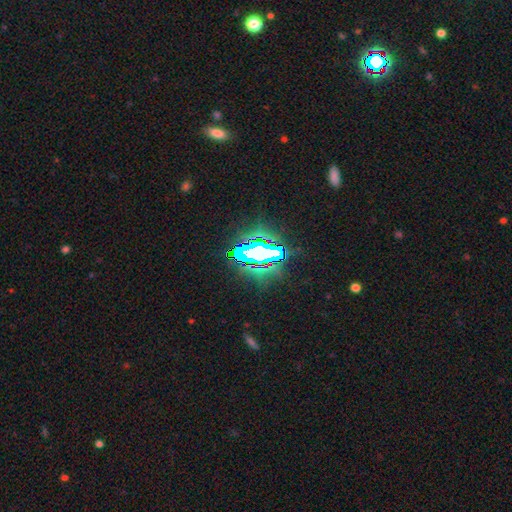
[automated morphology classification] The model was most divided on "smooth or featured": star or artifact: 68%, featured or disk: 16%, smooth: 16%.